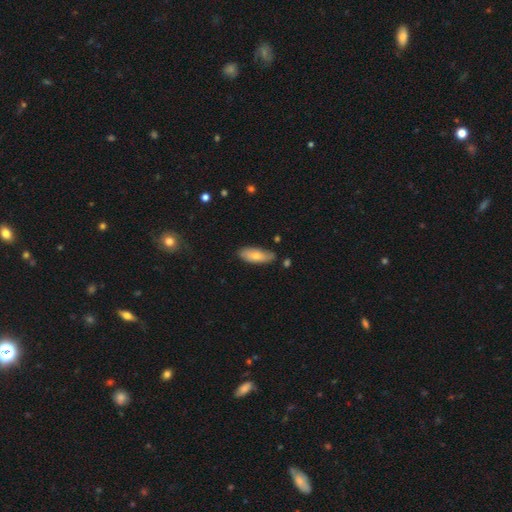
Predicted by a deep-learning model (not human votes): Smooth or featured: smooth — 69% (featured or disk — 25%)
How rounded: in between — 78% (cigar-shaped — 20%)
Merging: none — 75% (minor disturbance — 19%)